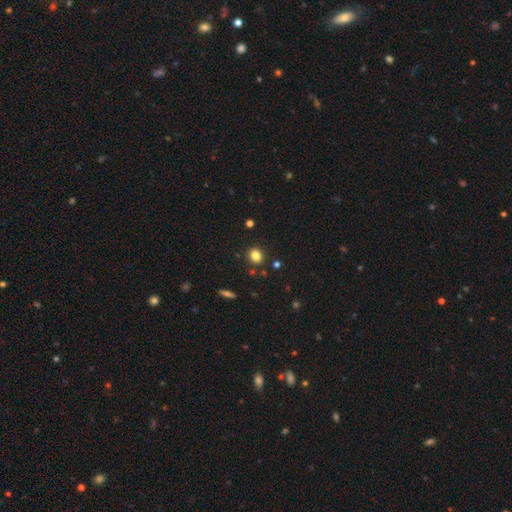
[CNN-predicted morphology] A smooth galaxy with no disk features (82%) that is round (66%). Merging: none (87%).